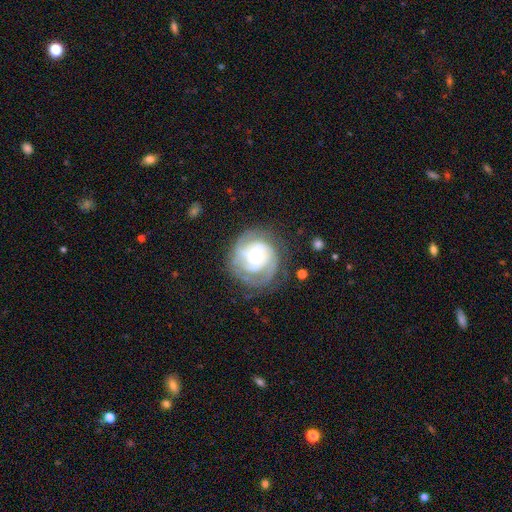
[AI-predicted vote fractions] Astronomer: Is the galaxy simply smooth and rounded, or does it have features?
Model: featured or disk — 77%.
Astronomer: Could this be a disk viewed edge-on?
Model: no — 98%.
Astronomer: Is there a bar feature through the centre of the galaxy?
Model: no — 71%.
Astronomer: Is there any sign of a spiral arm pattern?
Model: yes — 91%.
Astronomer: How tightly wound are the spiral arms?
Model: tight — 63%.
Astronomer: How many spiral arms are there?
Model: can't tell — 33% (runner-up: 2, 27%).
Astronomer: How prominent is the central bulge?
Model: small — 46% (runner-up: moderate, 38%).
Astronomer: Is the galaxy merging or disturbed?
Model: none — 69%.